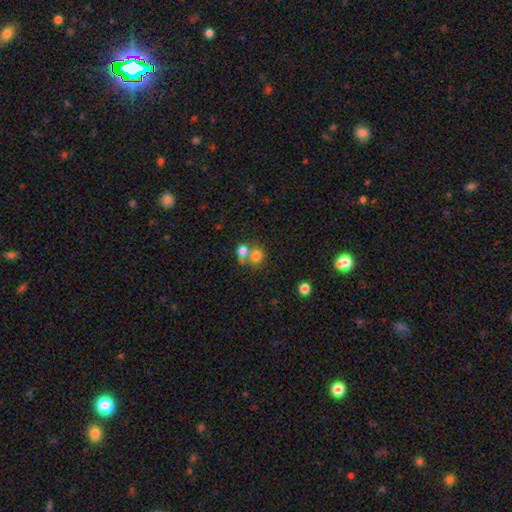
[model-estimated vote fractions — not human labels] smooth-or-featured: smooth: 76% | star or artifact: 13% | featured or disk: 11%
  how-rounded: round: 76% | in between: 23% | cigar-shaped: 1%
  merging: merger: 48% | none: 40% | minor disturbance: 8% | major disturbance: 4%